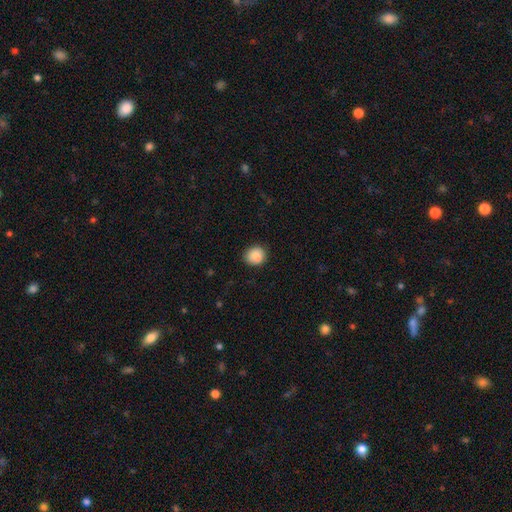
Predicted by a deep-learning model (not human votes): A smooth galaxy with no disk features (88%) that is round (84%). Merging: none (85%).